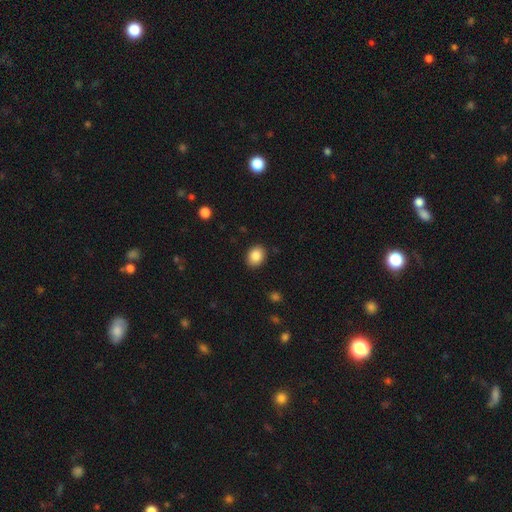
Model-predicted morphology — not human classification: A smooth galaxy with no disk features (85%) that is in between round and cigar-shaped (56%).

Vote fractions:
- Smooth or featured? smooth: 85% / star or artifact: 9% / featured or disk: 6%
- How rounded? in between: 56% / round: 43% / cigar-shaped: 1%
- Merging? none: 88% / minor disturbance: 8% / major disturbance: 2% / merger: 1%